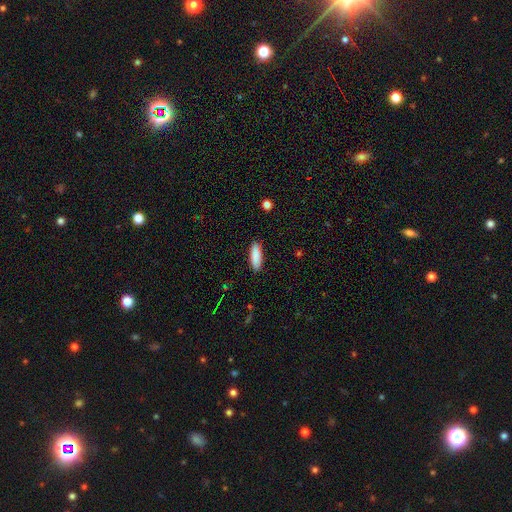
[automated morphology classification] Q: Smooth or featured?
A: smooth (89%); runner-up: star or artifact (6%)
Q: How rounded?
A: in between (57%); runner-up: cigar-shaped (42%)
Q: Merging?
A: none (89%); runner-up: minor disturbance (8%)